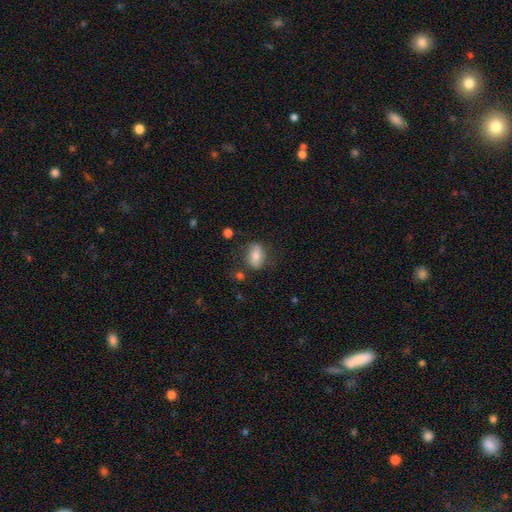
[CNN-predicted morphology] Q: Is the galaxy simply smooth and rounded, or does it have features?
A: smooth — 70%.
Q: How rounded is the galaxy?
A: in between — 81%.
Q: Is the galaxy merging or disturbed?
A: none — 73%.